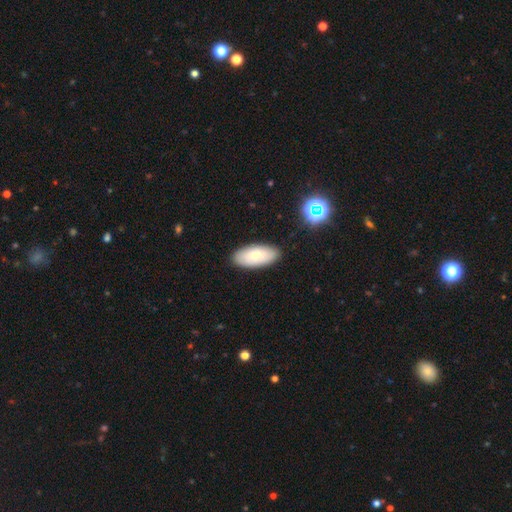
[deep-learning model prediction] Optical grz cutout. It shows a smooth galaxy with no disk features (77%) that is in between round and cigar-shaped (91%). Merging: none (88%).